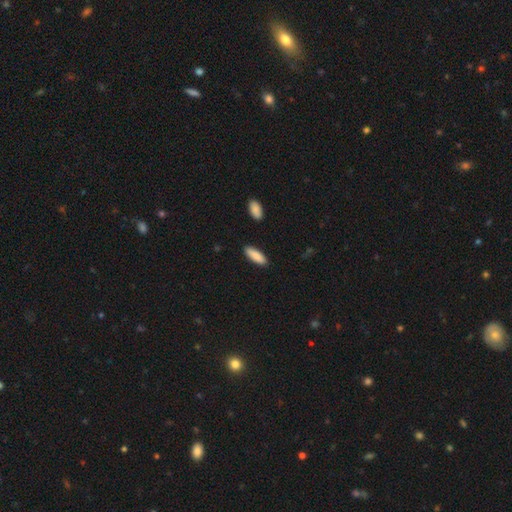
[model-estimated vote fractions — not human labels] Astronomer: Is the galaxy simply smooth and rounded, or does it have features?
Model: smooth — 88%.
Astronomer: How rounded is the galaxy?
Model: in between — 59% (runner-up: cigar-shaped, 40%).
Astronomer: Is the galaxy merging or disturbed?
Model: none — 88%.